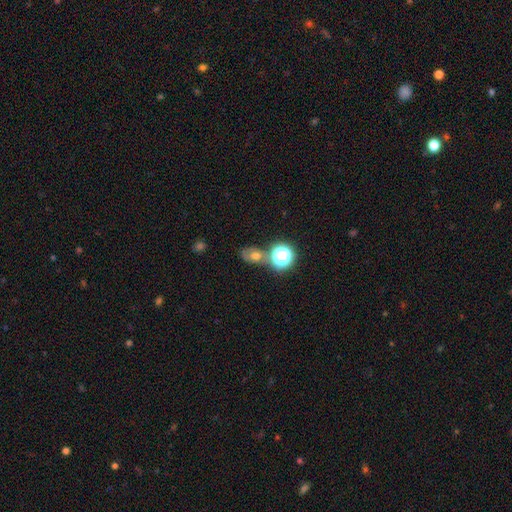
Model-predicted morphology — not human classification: The model was most divided on "how rounded": in between: 61%, round: 37%, cigar-shaped: 2%. More confident: merging — none (55%); smooth or featured — smooth (52%).